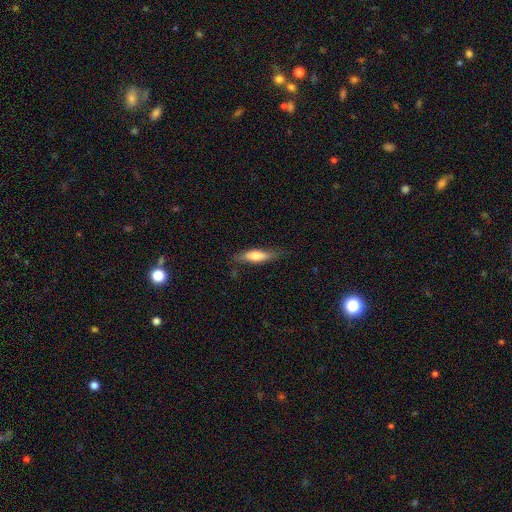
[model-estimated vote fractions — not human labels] smooth_or_featured: smooth (p=0.66) [alt: featured or disk p=0.28]
how_rounded: cigar-shaped (p=0.63) [alt: in between p=0.35]
merging: none (p=0.72) [alt: minor disturbance p=0.21]